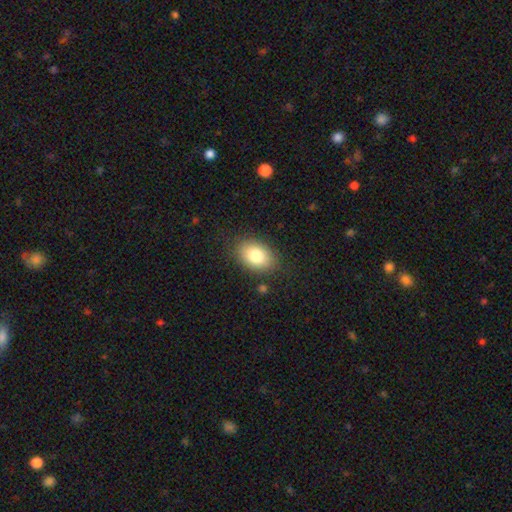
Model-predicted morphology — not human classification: The model was most divided on "how rounded": in between: 83%, round: 16%, cigar-shaped: 1%. More confident: merging — none (84%); smooth or featured — smooth (82%).